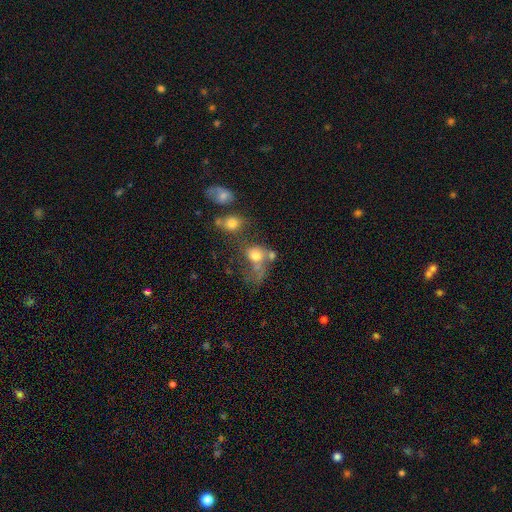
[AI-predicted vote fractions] smooth 63%, featured or disk 23%, star or artifact 14%. Down the decision tree: how rounded — round (56%); merging — merger (37%).